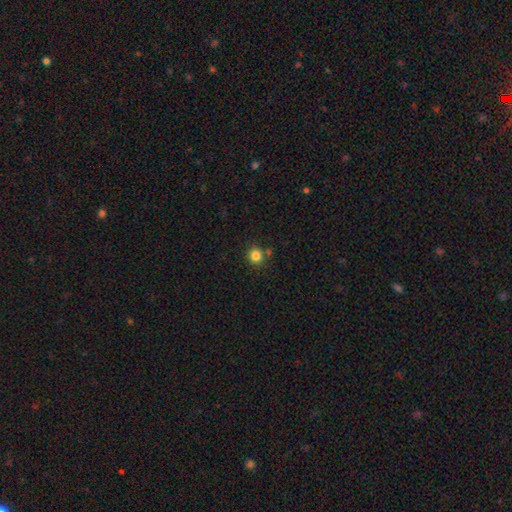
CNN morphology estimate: smooth_or_featured: smooth (p=0.84) [alt: star or artifact p=0.12]
how_rounded: round (p=0.92) [alt: in between p=0.07]
merging: none (p=0.83) [alt: minor disturbance p=0.08]